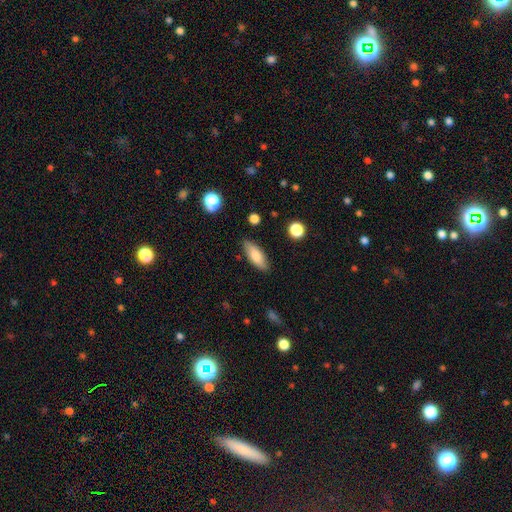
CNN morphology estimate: Smooth or featured? Predicted: smooth (p=0.79). How rounded? Predicted: in between (p=0.70). Merging? Predicted: none (p=0.84).